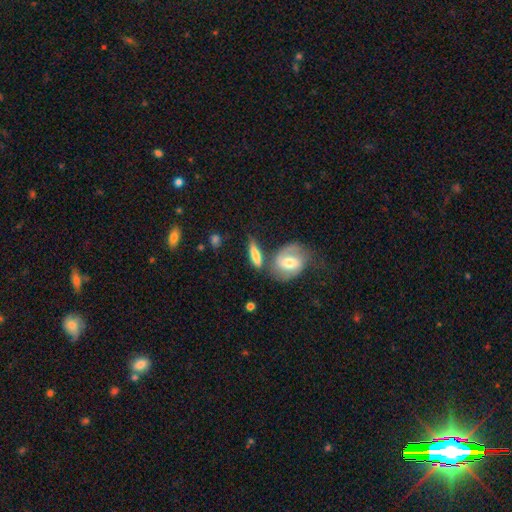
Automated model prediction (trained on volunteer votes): smooth 63%, featured or disk 30%, star or artifact 7%. Down the decision tree: how rounded — cigar-shaped (54%); merging — none (53%).